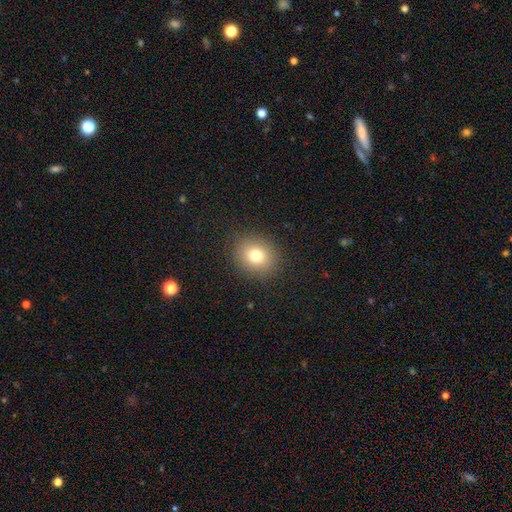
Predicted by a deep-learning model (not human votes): Smooth or featured? Predicted: smooth (p=0.77). How rounded? Predicted: round (p=0.74). Merging? Predicted: none (p=0.89).